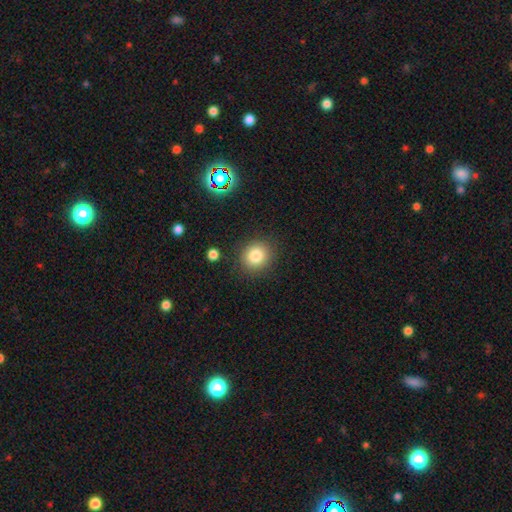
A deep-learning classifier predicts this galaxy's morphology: Smooth or featured? smooth (82%)
How rounded? round (85%)
Merging? none (87%)